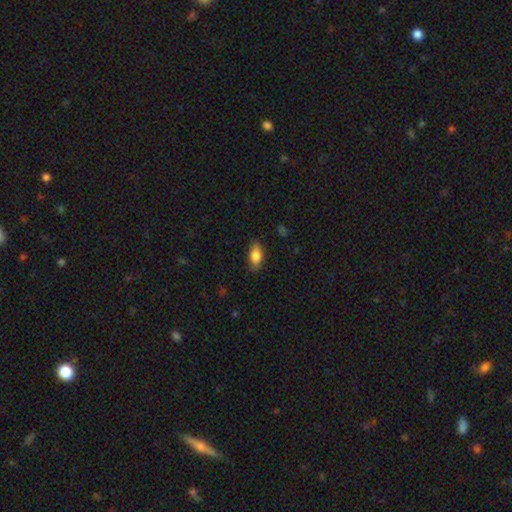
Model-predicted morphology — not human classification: A smooth galaxy with no disk features (82%) that is in between round and cigar-shaped (86%).

Vote fractions:
- Smooth or featured? smooth: 82% / featured or disk: 11% / star or artifact: 7%
- How rounded? in between: 86% / cigar-shaped: 10% / round: 4%
- Merging? none: 84% / minor disturbance: 12% / major disturbance: 3% / merger: 1%